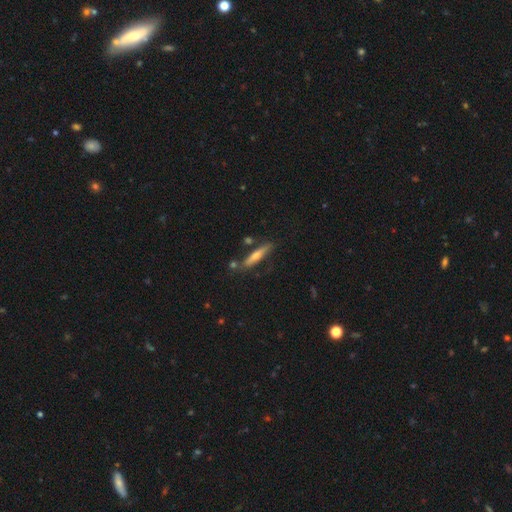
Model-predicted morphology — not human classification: A featured or disk galaxy (53%) viewed edge-on (90%). Merging: none (77%).